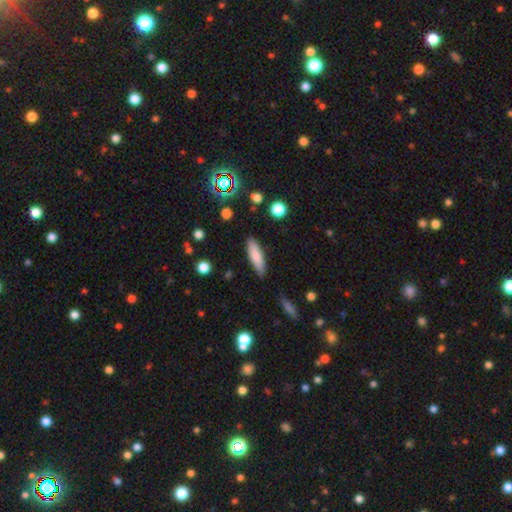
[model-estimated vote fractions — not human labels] The model was most divided on "how rounded": cigar-shaped: 59%, in between: 39%, round: 2%. More confident: merging — none (86%); smooth or featured — smooth (79%).